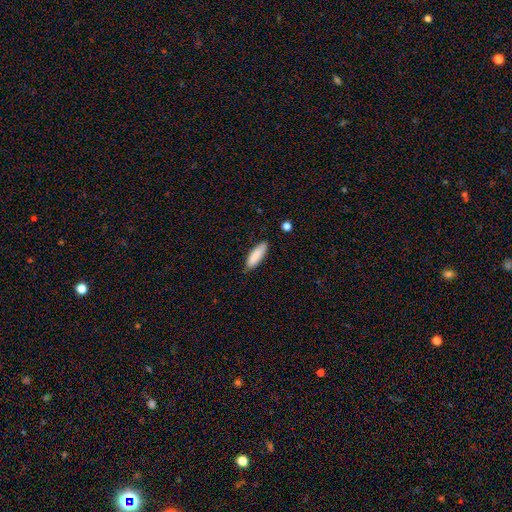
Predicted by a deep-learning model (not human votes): Morphology: type=smooth (88%); roundness=in between (58%); merging=none (82%).